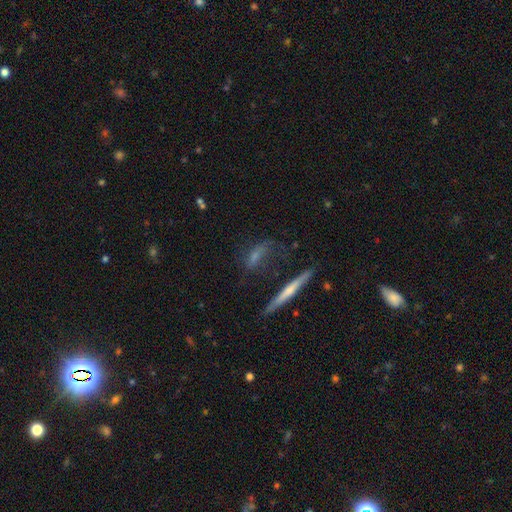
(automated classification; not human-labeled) This is possibly a featured or disk galaxy (46%). Merging: possibly none (56%).